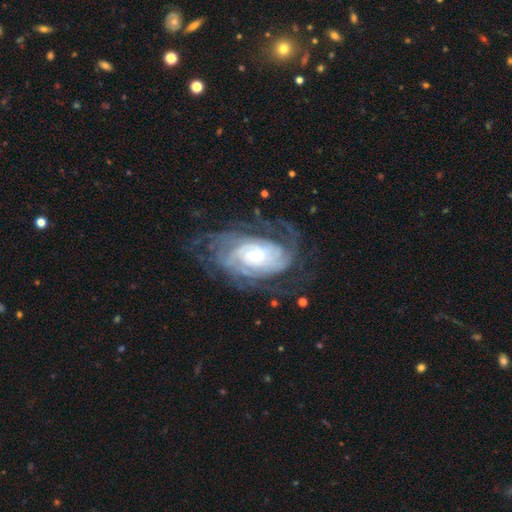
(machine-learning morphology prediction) Smooth or featured: featured or disk — 89% (smooth — 6%)
Edge-on disk: no — 96% (yes — 4%)
Bar: no — 64% (weak — 27%)
Spiral arms: yes — 97% (no — 3%)
Spiral winding: tight — 66% (medium — 26%)
Spiral arm count: can't tell — 31% (2 — 23%)
Bulge size: small — 59% (moderate — 31%)
Merging: none — 66% (minor disturbance — 17%)